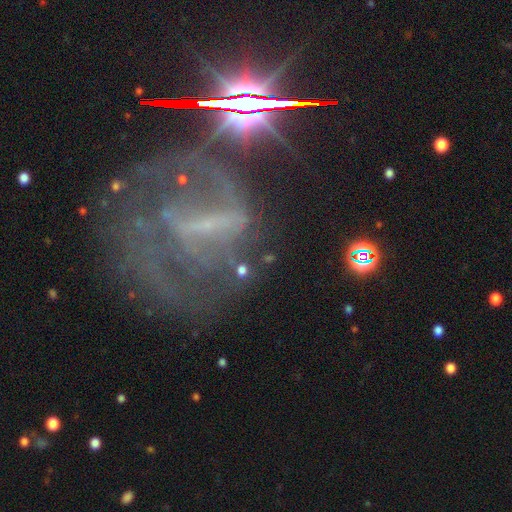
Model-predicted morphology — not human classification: type=featured or disk (61%); edge-on=no (92%); bar=strong (50%); spiral arms=yes (63%); bulge=none (48%); merging=none (47%).